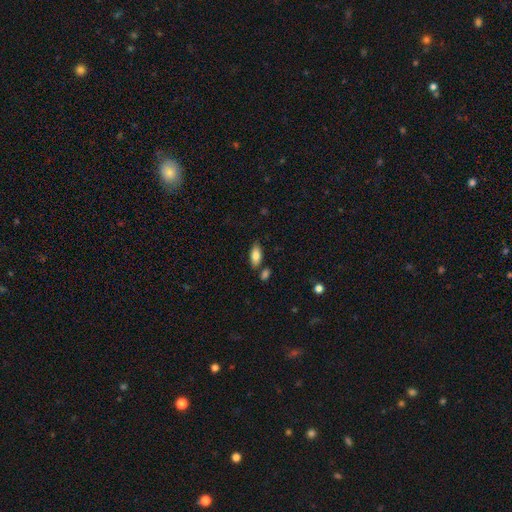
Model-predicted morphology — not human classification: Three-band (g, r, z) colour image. It shows a smooth galaxy with no disk features (81%) that is in between round and cigar-shaped (88%). Merging: none (76%).